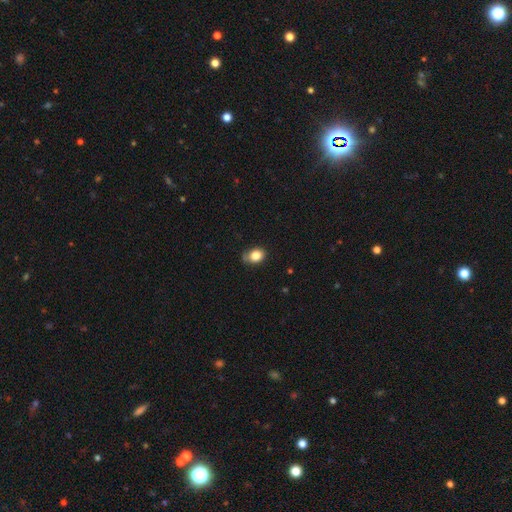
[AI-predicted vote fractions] This appears to be a smooth galaxy with no disk features (83%) that is in between round and cigar-shaped (55%). Merging: none (64%).